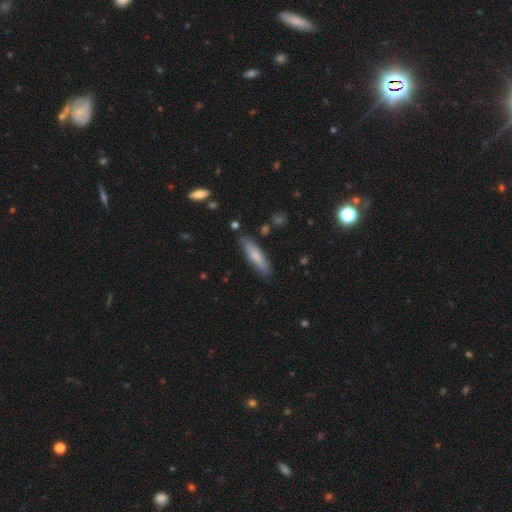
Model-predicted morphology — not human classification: This is likely a smooth galaxy (69%). How rounded: likely cigar-shaped (75%). Merging: clearly none (81%).